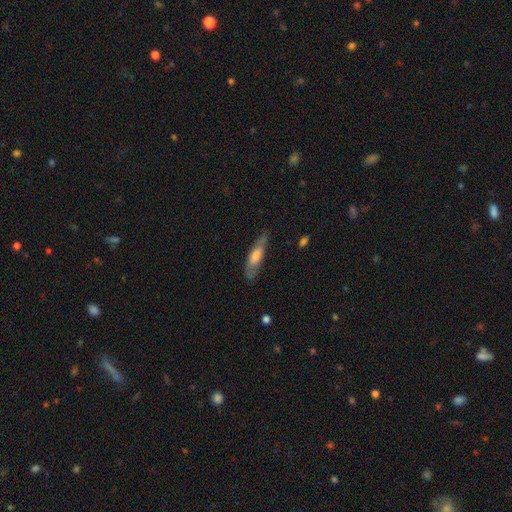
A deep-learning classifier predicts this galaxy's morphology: The model was most divided on "smooth or featured": smooth: 57%, featured or disk: 38%, star or artifact: 6%. More confident: how rounded — cigar-shaped (66%); merging — none (63%).